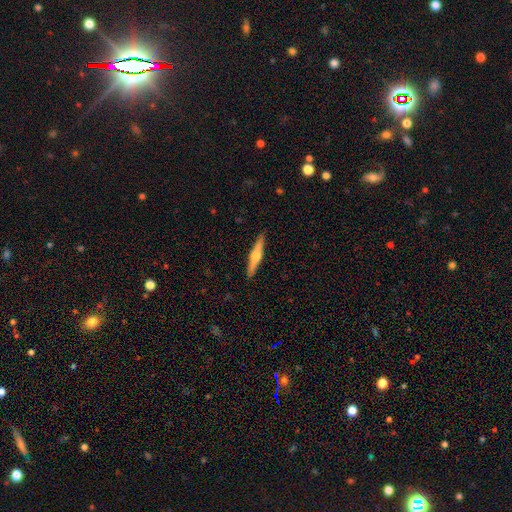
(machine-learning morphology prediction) smooth-or-featured: featured or disk: 67% | smooth: 28% | star or artifact: 5%
  disk-edge-on: yes: 98% | no: 2%
    edge-on-bulge: rounded: 91% | boxy: 5% | none: 4%
  merging: none: 91% | minor disturbance: 7% | major disturbance: 1% | merger: 1%